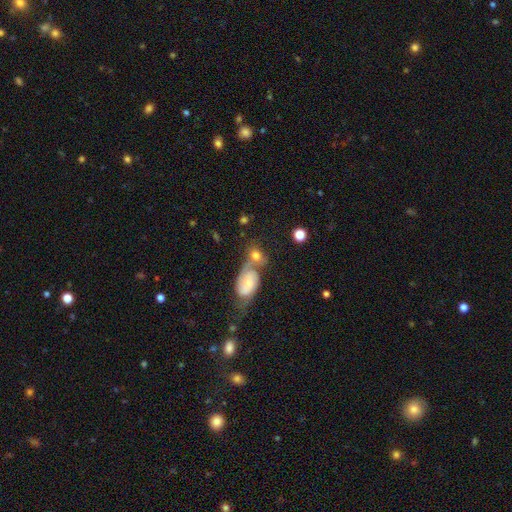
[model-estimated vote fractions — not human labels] smooth_or_featured: smooth (p=0.62) [alt: featured or disk p=0.28]
how_rounded: in between (p=0.50) [alt: round p=0.47]
merging: merger (p=0.50) [alt: none p=0.33]